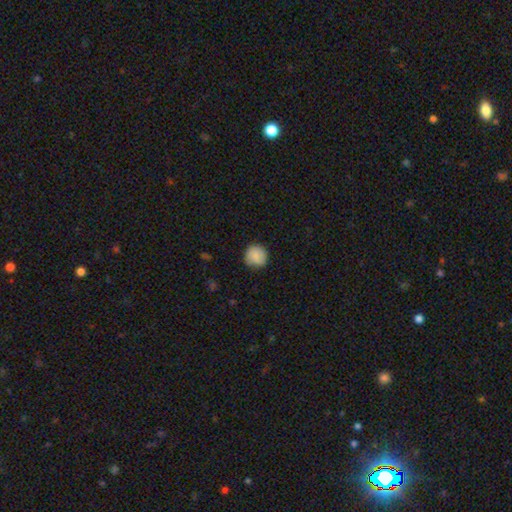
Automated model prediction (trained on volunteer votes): Smooth or featured? Predicted: smooth (p=0.83). How rounded? Predicted: round (p=0.92). Merging? Predicted: none (p=0.83).